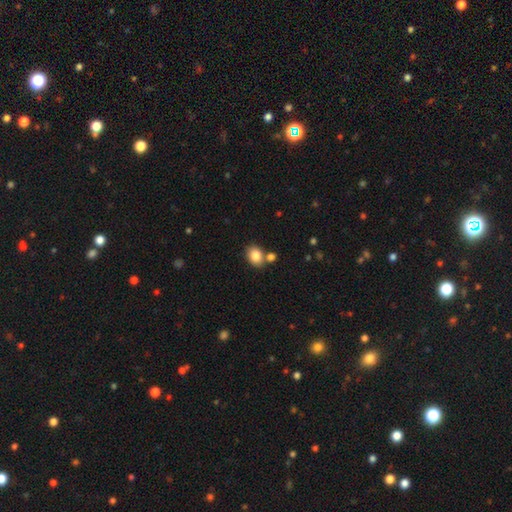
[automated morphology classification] Overall: smooth (84%). How rounded: in between (60%; round 39%). Merging: none (65%).